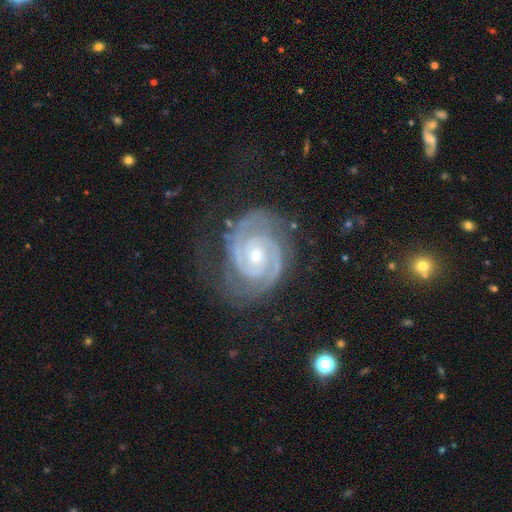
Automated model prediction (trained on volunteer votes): This appears to be a featured or disk galaxy (92%) with no bar (70%), 2 (76%) tight (72%) spiral arms (98%) and a small central bulge (70%). Merging: none (68%).